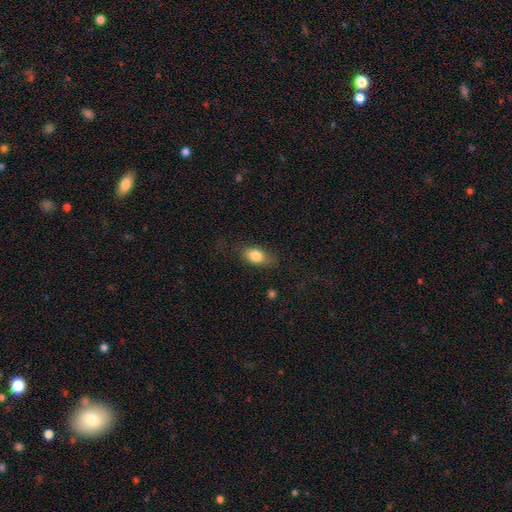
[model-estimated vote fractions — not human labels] smooth-or-featured: smooth: 81% | featured or disk: 11% | star or artifact: 8%
  how-rounded: in between: 82% | round: 12% | cigar-shaped: 6%
  merging: none: 72% | minor disturbance: 19% | major disturbance: 8% | merger: 1%